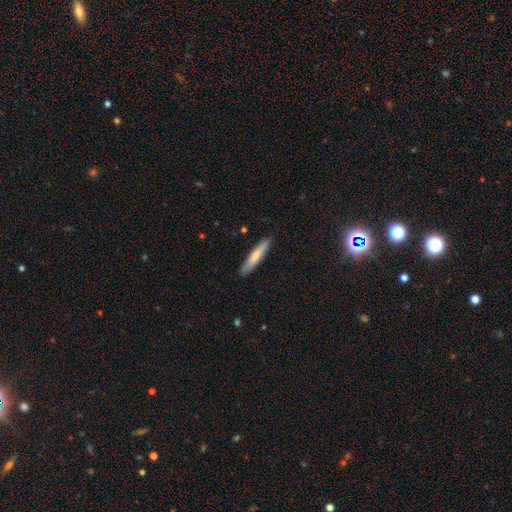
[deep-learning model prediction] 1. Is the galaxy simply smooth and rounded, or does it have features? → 73% smooth, 21% featured or disk, 5% star or artifact.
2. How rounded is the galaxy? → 90% cigar-shaped, 9% in between, 1% round.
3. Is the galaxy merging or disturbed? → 88% none, 9% minor disturbance, 2% major disturbance, 1% merger.